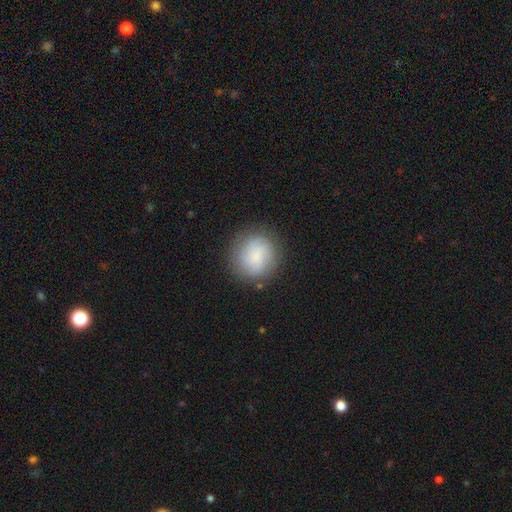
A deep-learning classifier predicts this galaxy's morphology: This appears to be a smooth galaxy with no disk features (75%) that is round (87%). Merging: none (81%).